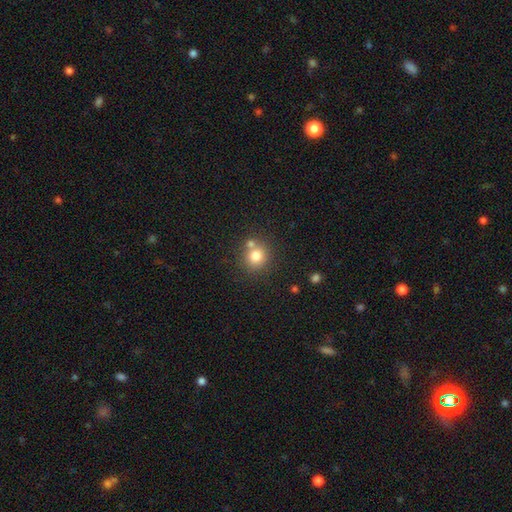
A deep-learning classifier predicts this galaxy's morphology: Smooth or featured: smooth — 78% (star or artifact — 12%)
How rounded: round — 87% (in between — 12%)
Merging: none — 63% (merger — 24%)